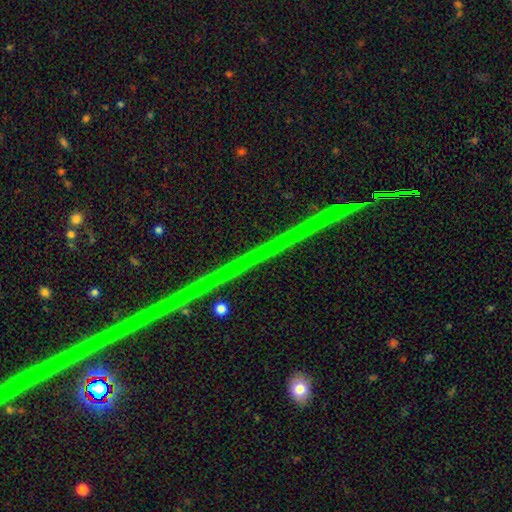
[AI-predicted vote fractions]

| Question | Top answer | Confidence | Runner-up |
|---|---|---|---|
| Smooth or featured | star or artifact | 86% | featured or disk (9%) |